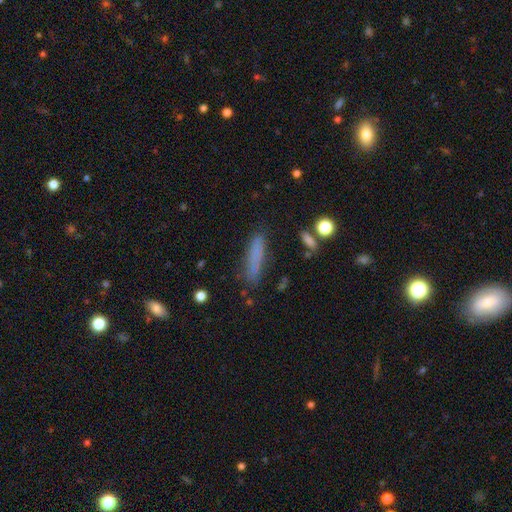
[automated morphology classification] smooth_or_featured: smooth (p=0.75) [alt: featured or disk p=0.14]
how_rounded: cigar-shaped (p=0.82) [alt: in between p=0.16]
merging: none (p=0.77) [alt: minor disturbance p=0.15]